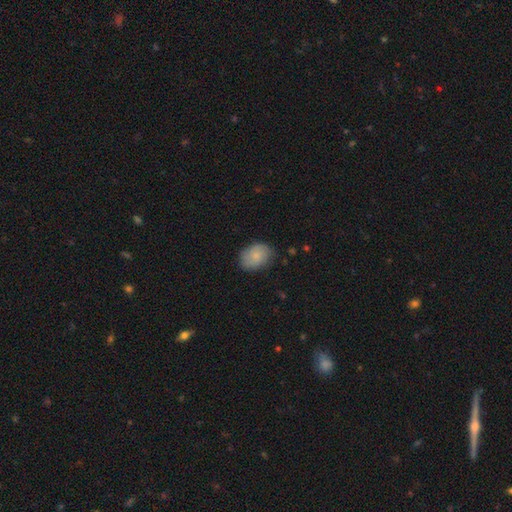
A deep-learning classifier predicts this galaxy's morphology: Smooth or featured?
  - smooth: 74% *
  - featured or disk: 19%
  - star or artifact: 7%
How rounded?
  - in between: 70% *
  - round: 29%
  - cigar-shaped: 1%
Merging?
  - none: 75% *
  - minor disturbance: 19%
  - major disturbance: 4%
  - merger: 1%